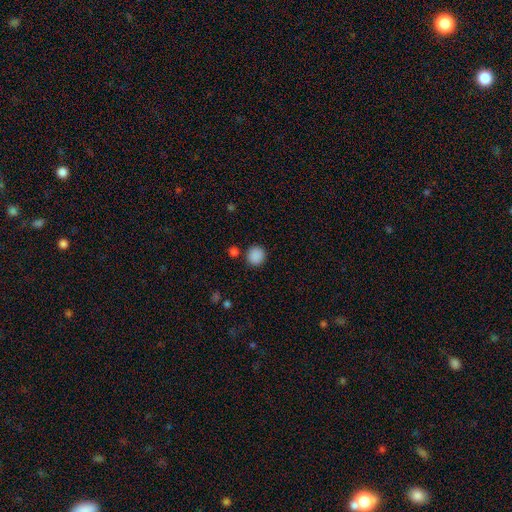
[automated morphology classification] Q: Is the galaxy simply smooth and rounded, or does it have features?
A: smooth — 87%.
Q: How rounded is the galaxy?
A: round — 91%.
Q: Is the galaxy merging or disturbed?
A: none — 85%.